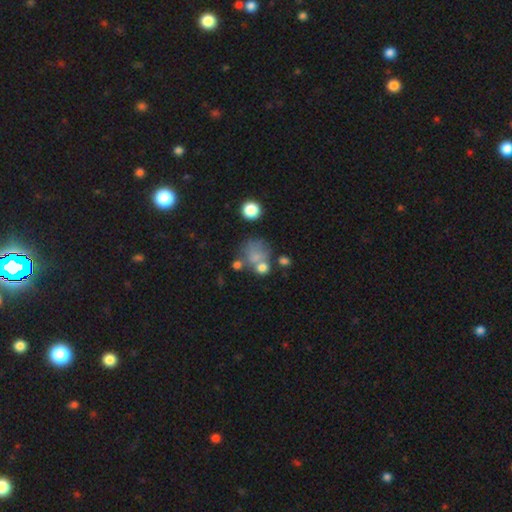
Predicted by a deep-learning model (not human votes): Smooth or featured? Predicted: smooth (p=0.63). How rounded? Predicted: round (p=0.68). Merging? Predicted: none (p=0.36).